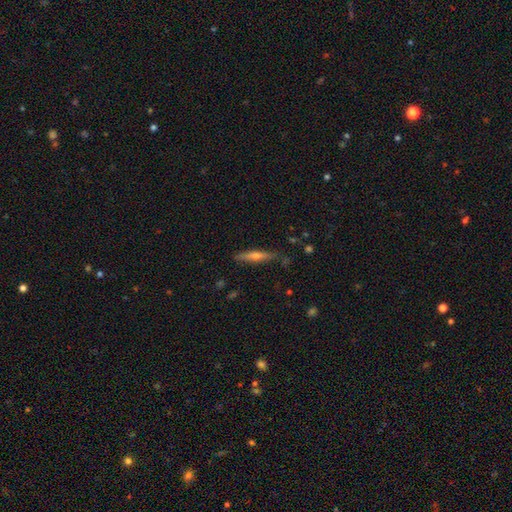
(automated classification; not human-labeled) Smooth or featured? featured or disk (57%)
Edge-on disk? yes (95%)
Edge-on bulge? rounded (84%)
Merging? none (85%)